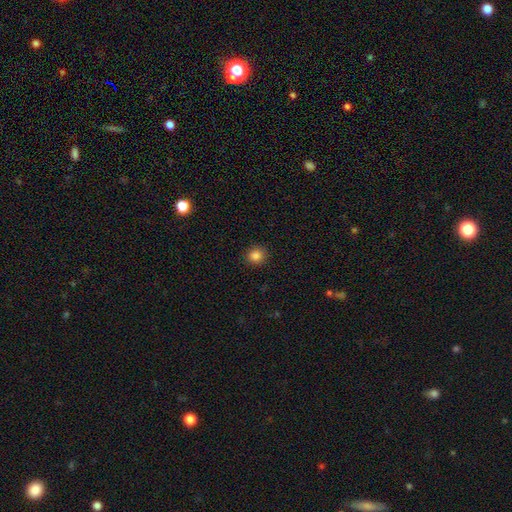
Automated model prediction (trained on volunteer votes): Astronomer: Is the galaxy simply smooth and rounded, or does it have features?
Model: smooth — 85%.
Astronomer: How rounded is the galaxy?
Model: round — 86%.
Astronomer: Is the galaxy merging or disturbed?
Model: none — 91%.